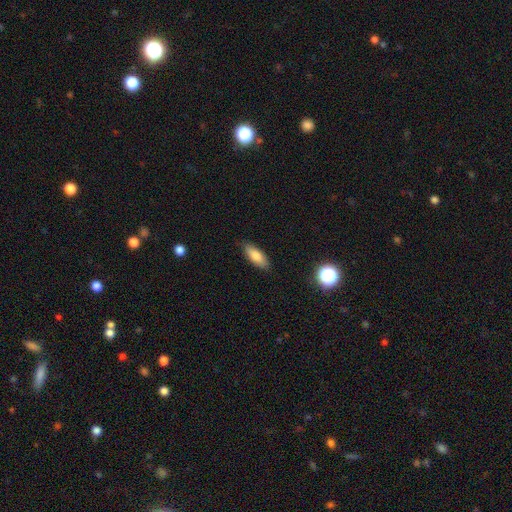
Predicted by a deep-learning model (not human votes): A smooth galaxy with no disk features (80%) that is in between round and cigar-shaped (71%).

Vote fractions:
- Smooth or featured? smooth: 80% / featured or disk: 12% / star or artifact: 7%
- How rounded? in between: 71% / cigar-shaped: 26% / round: 2%
- Merging? none: 86% / minor disturbance: 11% / major disturbance: 2% / merger: 1%